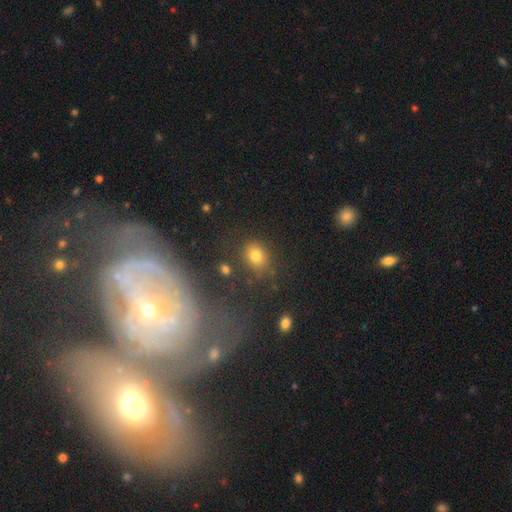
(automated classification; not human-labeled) Morphology: type=smooth (76%); roundness=round (49%, tied with in between); merging=none (76%).